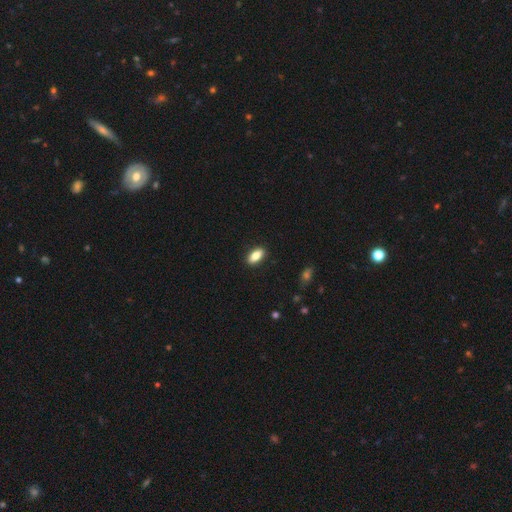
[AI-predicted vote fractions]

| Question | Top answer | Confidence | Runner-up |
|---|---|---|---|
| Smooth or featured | smooth | 81% | featured or disk (12%) |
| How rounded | in between | 86% | cigar-shaped (11%) |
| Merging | none | 89% | minor disturbance (8%) |